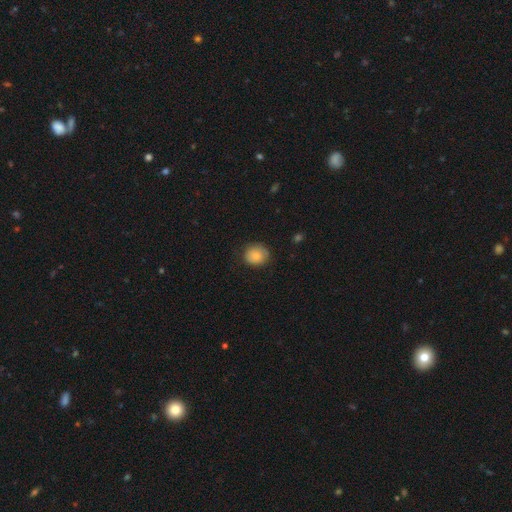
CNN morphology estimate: smooth 80%, featured or disk 12%, star or artifact 8%. Down the decision tree: how rounded — round (80%); merging — none (78%).